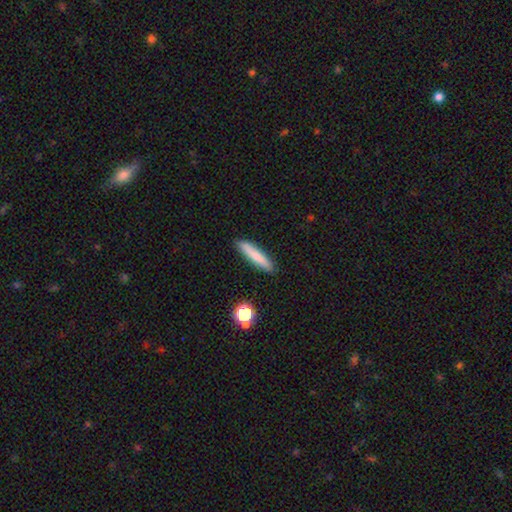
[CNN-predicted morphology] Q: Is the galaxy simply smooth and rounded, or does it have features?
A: smooth — 71%.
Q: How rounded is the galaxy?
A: cigar-shaped — 89%.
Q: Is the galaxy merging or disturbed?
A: none — 89%.